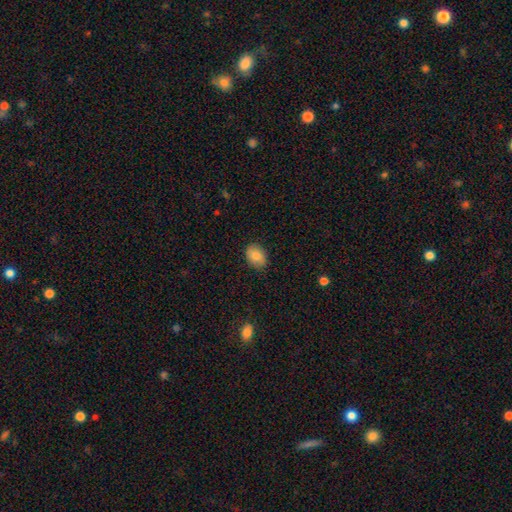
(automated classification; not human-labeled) Q: Smooth or featured?
A: smooth (82%); runner-up: featured or disk (10%)
Q: How rounded?
A: in between (74%); runner-up: round (24%)
Q: Merging?
A: none (85%); runner-up: minor disturbance (12%)